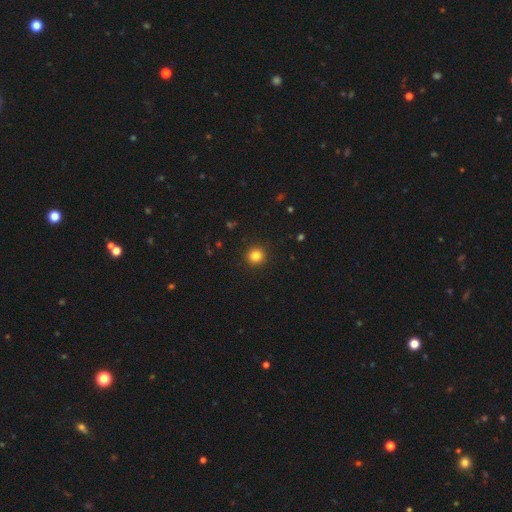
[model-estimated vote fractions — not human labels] The model was most divided on "smooth or featured": smooth: 83%, star or artifact: 12%, featured or disk: 5%. More confident: how rounded — round (94%); merging — none (93%).